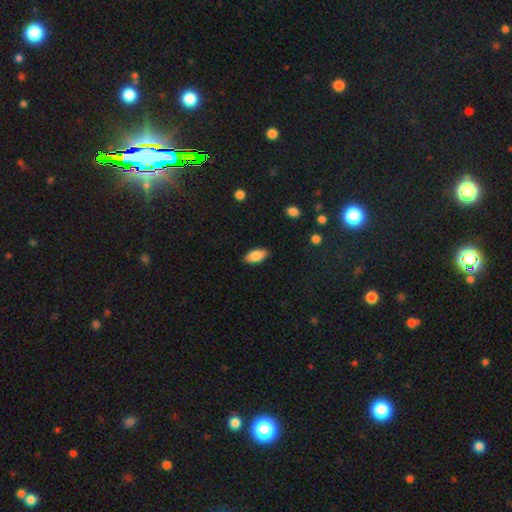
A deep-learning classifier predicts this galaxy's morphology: type=smooth (85%); roundness=in between (91%); merging=none (87%).